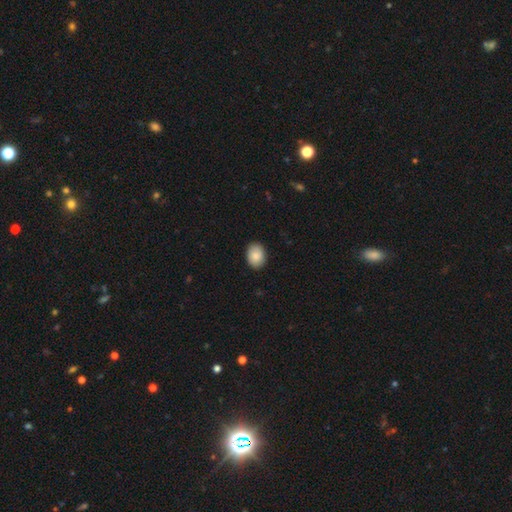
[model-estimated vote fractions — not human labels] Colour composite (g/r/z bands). It shows a smooth galaxy with no disk features (88%) that is in between round and cigar-shaped (72%). Merging: none (89%).